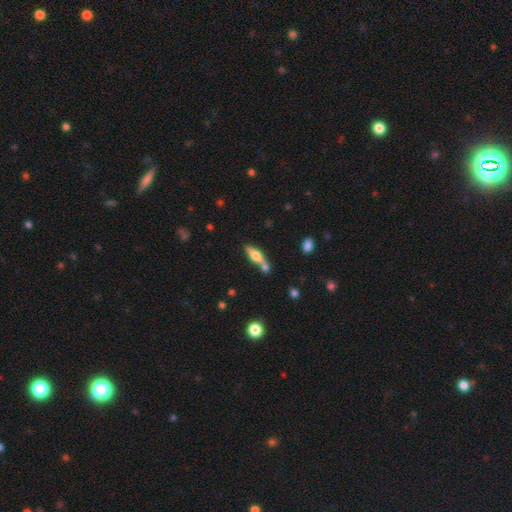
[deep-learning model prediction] Morphology: type=featured or disk (48%); merging=none (57%).